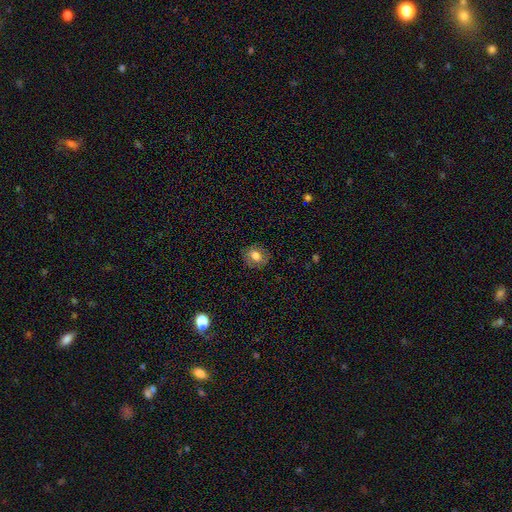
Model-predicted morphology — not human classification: smooth 71%, featured or disk 19%, star or artifact 10%. Down the decision tree: how rounded — round (62%); merging — none (82%).